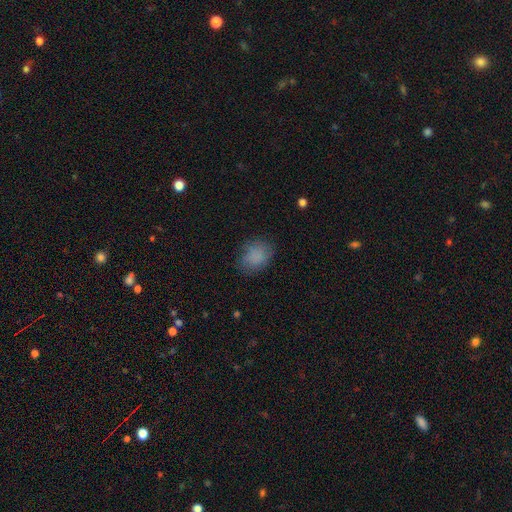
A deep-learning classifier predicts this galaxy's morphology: smooth-or-featured: smooth: 83% | star or artifact: 9% | featured or disk: 8%
  how-rounded: in between: 59% | round: 40% | cigar-shaped: 1%
  merging: none: 73% | minor disturbance: 19% | major disturbance: 7% | merger: 1%